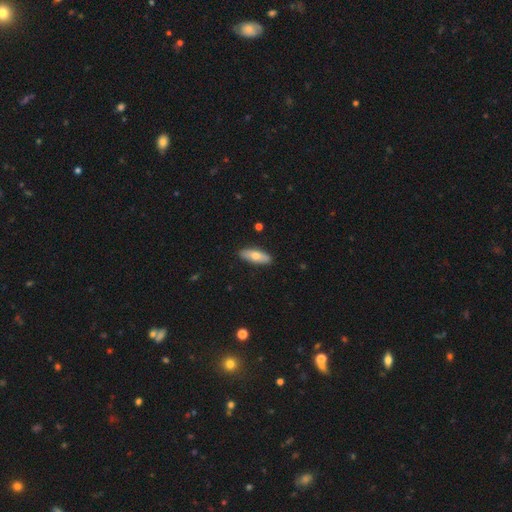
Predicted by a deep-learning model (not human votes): Smooth or featured?
  - smooth: 69% *
  - featured or disk: 25%
  - star or artifact: 6%
How rounded?
  - in between: 59% *
  - cigar-shaped: 39%
  - round: 2%
Merging?
  - none: 89% *
  - minor disturbance: 9%
  - major disturbance: 2%
  - merger: 1%